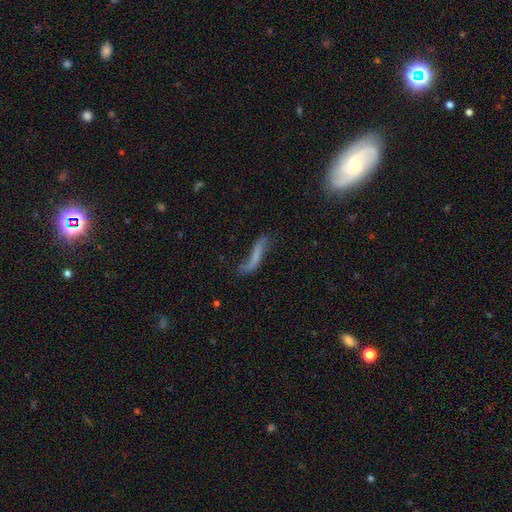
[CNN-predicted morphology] smooth_or_featured: smooth (p=0.47) [alt: featured or disk p=0.43]
merging: none (p=0.42) [alt: minor disturbance p=0.26]